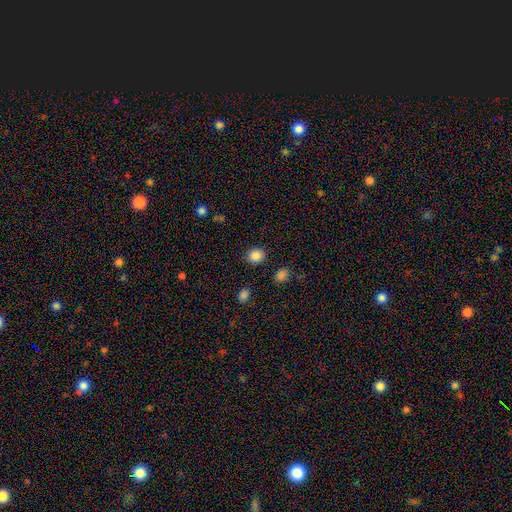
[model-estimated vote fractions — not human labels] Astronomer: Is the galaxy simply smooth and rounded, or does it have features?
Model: smooth — 86%.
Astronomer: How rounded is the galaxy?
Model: round — 74%.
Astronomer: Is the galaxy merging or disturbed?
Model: none — 89%.